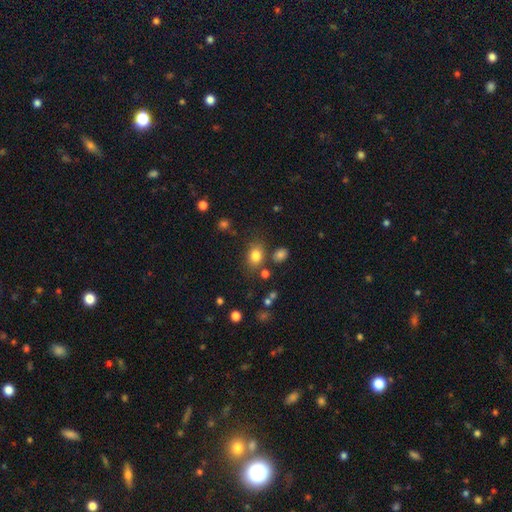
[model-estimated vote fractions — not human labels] smooth 80%, star or artifact 12%, featured or disk 8%. Down the decision tree: how rounded — in between (58%); merging — none (73%).